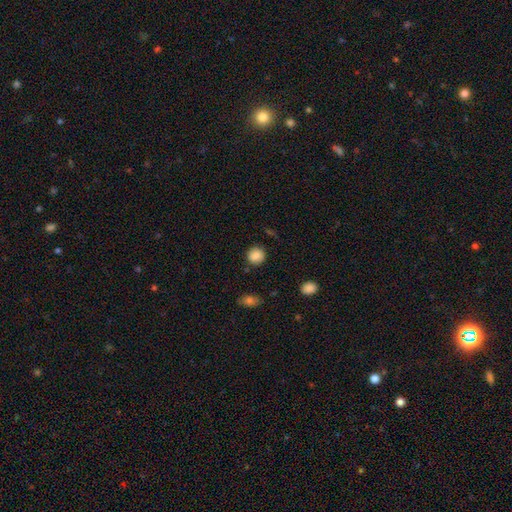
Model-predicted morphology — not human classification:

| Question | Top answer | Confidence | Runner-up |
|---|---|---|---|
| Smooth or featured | smooth | 86% | star or artifact (9%) |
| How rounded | round | 86% | in between (13%) |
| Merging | none | 85% | minor disturbance (10%) |